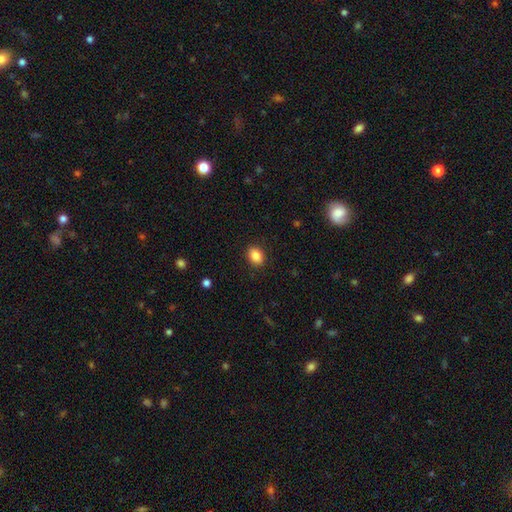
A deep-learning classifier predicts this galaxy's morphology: This appears to be a smooth galaxy with no disk features (86%) that is in between round and cigar-shaped (64%). Merging: none (89%).